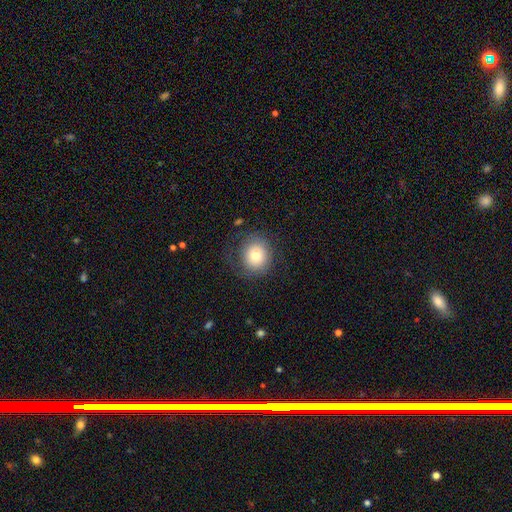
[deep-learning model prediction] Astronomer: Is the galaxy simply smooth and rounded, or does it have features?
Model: smooth — 70%.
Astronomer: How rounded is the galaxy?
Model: round — 86%.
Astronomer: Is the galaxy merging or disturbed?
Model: none — 74%.